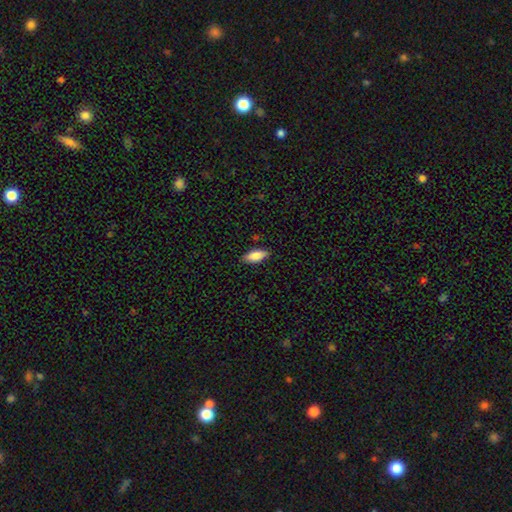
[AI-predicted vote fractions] Q: Smooth or featured?
A: smooth (85%); runner-up: featured or disk (9%)
Q: How rounded?
A: in between (82%); runner-up: cigar-shaped (16%)
Q: Merging?
A: none (86%); runner-up: minor disturbance (11%)